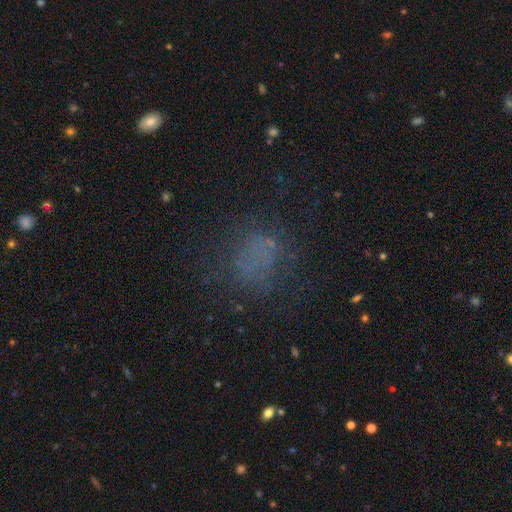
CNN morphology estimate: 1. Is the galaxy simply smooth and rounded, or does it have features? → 51% smooth, 30% star or artifact, 19% featured or disk.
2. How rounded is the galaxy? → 57% round, 41% in between, 2% cigar-shaped.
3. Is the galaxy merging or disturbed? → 64% none, 17% major disturbance, 16% minor disturbance, 2% merger.